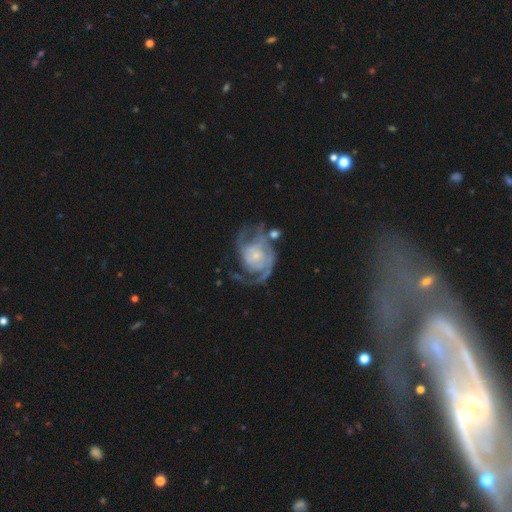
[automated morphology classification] Smooth or featured? featured or disk (85%)
Edge-on disk? no (98%)
Bar? no (72%)
Spiral arms? yes (93%)
Spiral winding? medium (42%)
Spiral arm count? 2 (50%)
Bulge size? small (66%)
Merging? none (46%)